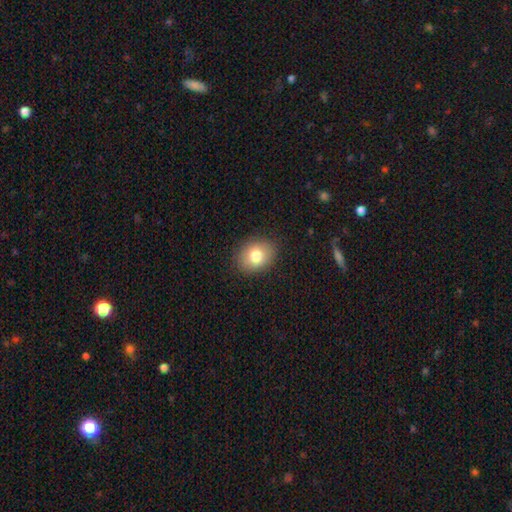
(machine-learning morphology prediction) A smooth galaxy with no disk features (80%) that is in between round and cigar-shaped (55%). Merging: none (87%).